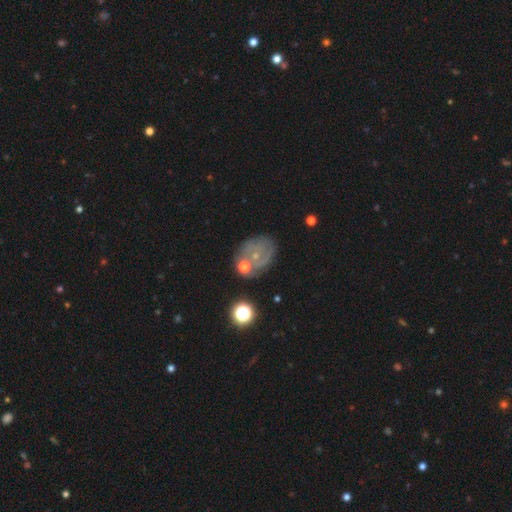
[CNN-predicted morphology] The model was most divided on "smooth or featured": featured or disk: 59%, smooth: 26%, star or artifact: 16%. More confident: edge-on disk — no (97%); bulge size — small (77%); bar — no (74%); spiral arms — yes (73%); merging — none (64%).